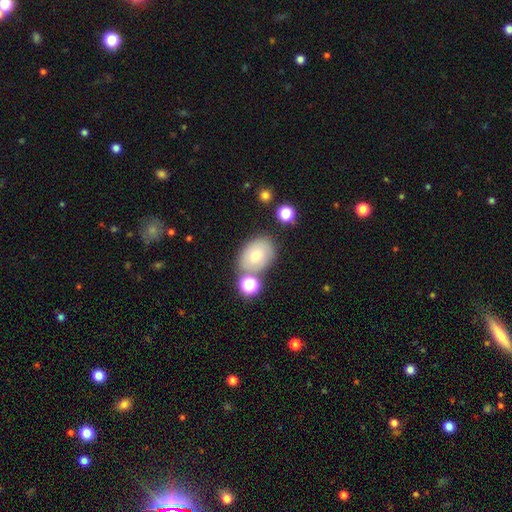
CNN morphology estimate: This is likely a smooth galaxy (66%). How rounded: likely in between (72%). Merging: likely none (69%).